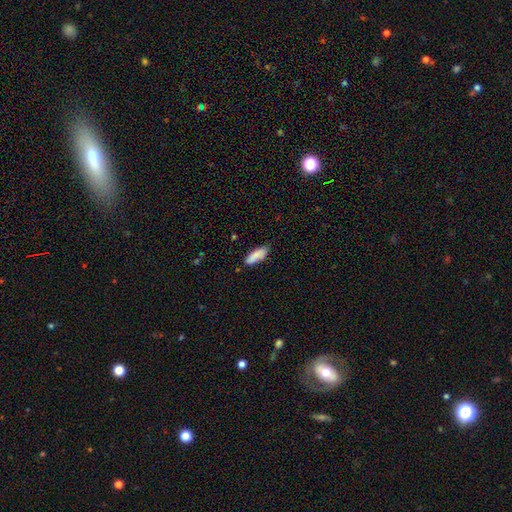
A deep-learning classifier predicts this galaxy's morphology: type=smooth (86%); roundness=in between (64%); merging=none (71%).